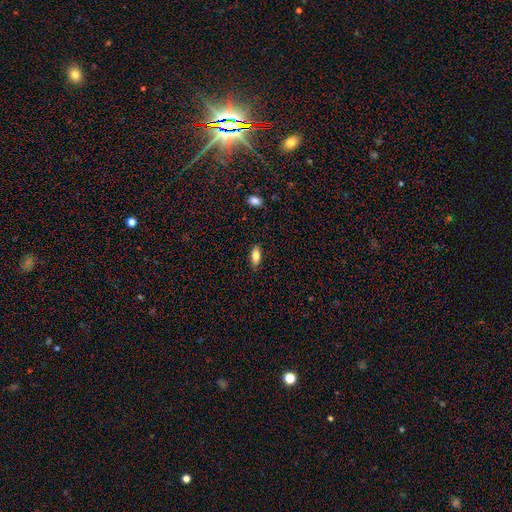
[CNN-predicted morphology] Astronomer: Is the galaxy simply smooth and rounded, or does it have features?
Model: smooth — 78%.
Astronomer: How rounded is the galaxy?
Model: in between — 79%.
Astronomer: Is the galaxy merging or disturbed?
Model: none — 86%.